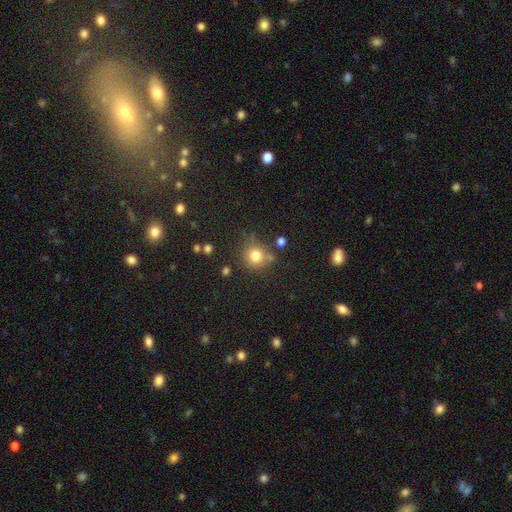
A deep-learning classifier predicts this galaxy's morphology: A smooth galaxy with no disk features (78%) that is round (89%). Merging: none (71%).